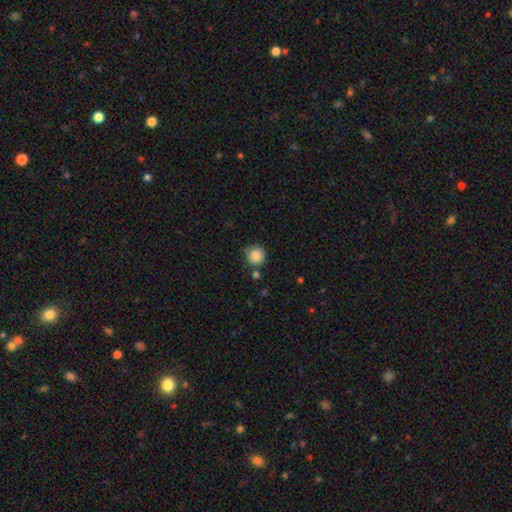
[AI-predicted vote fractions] This appears to be a smooth galaxy with no disk features (87%) that is round (92%). Merging: none (74%).